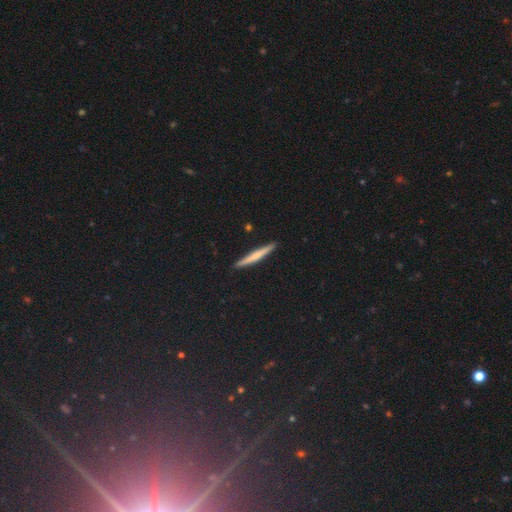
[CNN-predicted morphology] This is possibly a smooth galaxy (54%). How rounded: clearly cigar-shaped (96%). Merging: clearly none (92%).